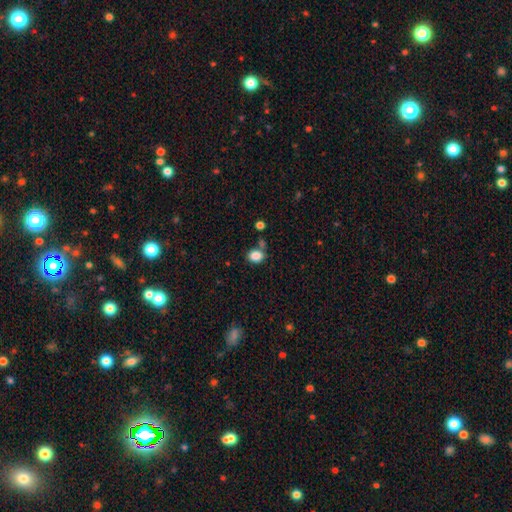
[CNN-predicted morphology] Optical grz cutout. It shows a smooth galaxy with no disk features (85%) that is in between round and cigar-shaped (57%). Merging: none (66%).